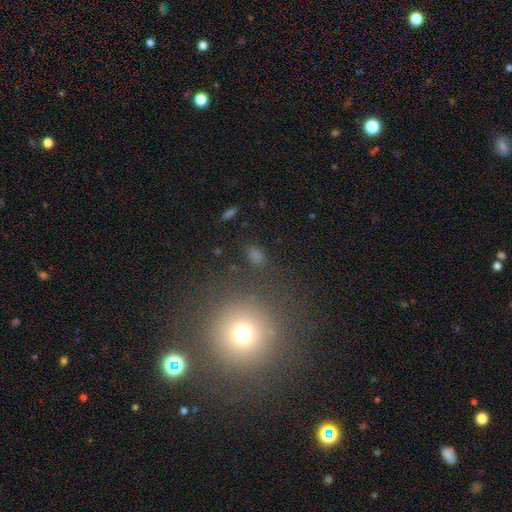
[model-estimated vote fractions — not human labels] This appears to be a smooth galaxy with no disk features (61%) that is round (68%). Merging: none (79%).